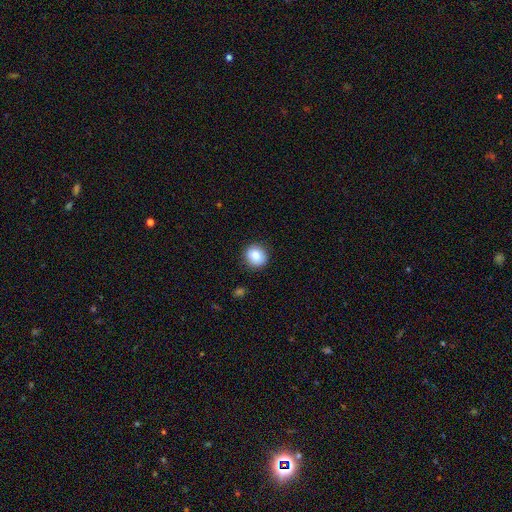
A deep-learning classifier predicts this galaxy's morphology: Overall: smooth (84%). How rounded: round (87%). Merging: none (90%).